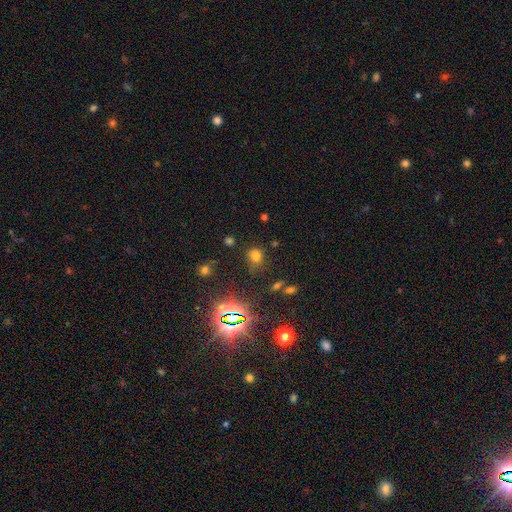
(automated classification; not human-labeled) A smooth galaxy with no disk features (65%) that is round (65%).

Vote fractions:
- Smooth or featured? smooth: 65% / star or artifact: 28% / featured or disk: 7%
- How rounded? round: 65% / in between: 33% / cigar-shaped: 1%
- Merging? none: 73% / minor disturbance: 15% / merger: 6% / major disturbance: 6%